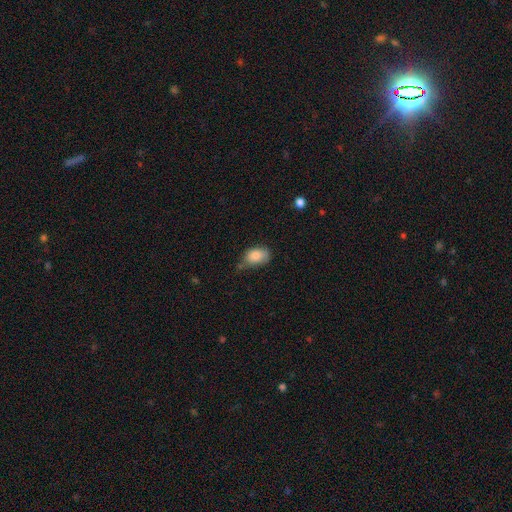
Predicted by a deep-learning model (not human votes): Smooth or featured? smooth (85%)
How rounded? in between (83%)
Merging? none (52%)